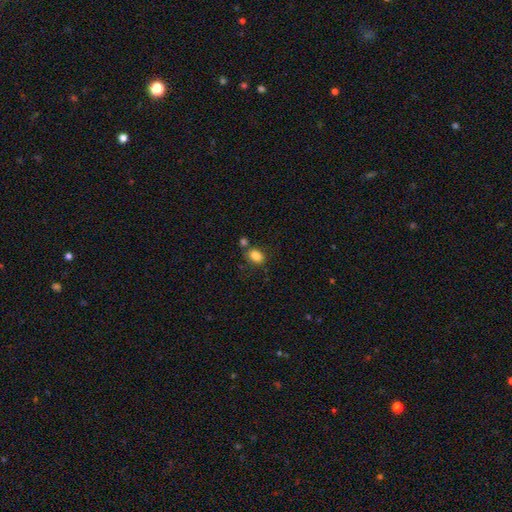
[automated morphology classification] A smooth galaxy with no disk features (85%) that is in between round and cigar-shaped (77%).

Vote fractions:
- Smooth or featured? smooth: 85% / star or artifact: 10% / featured or disk: 6%
- How rounded? in between: 77% / round: 22% / cigar-shaped: 1%
- Merging? none: 68% / merger: 14% / minor disturbance: 13% / major disturbance: 4%